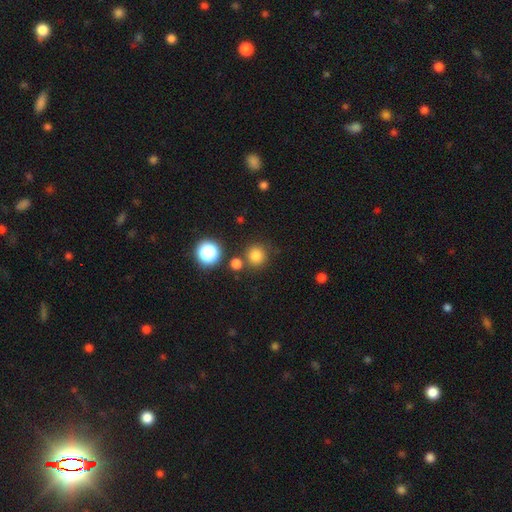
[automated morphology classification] Smooth or featured? Predicted: smooth (p=0.79). How rounded? Predicted: round (p=0.93). Merging? Predicted: none (p=0.79).